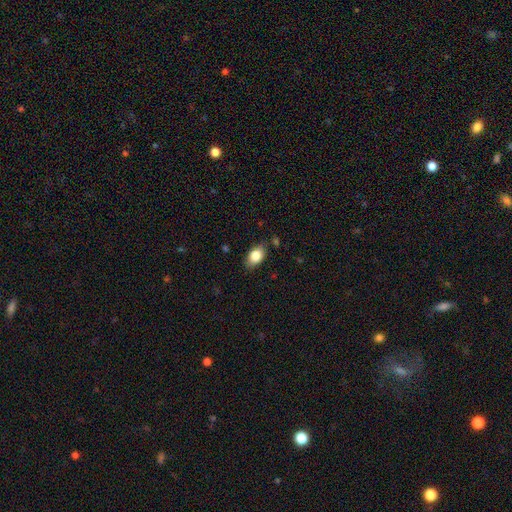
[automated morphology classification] smooth 84%, featured or disk 9%, star or artifact 8%. Down the decision tree: how rounded — in between (86%); merging — none (78%).